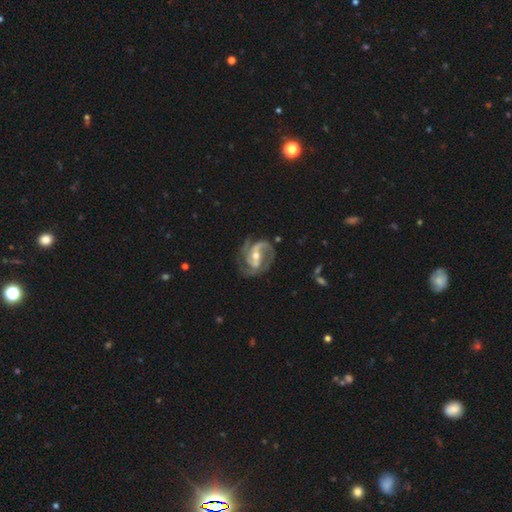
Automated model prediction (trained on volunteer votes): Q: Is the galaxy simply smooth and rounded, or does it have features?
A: featured or disk — 91%.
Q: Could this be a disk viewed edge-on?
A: no — 98%.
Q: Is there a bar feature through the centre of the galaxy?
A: weak — 42%.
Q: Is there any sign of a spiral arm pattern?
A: yes — 97%.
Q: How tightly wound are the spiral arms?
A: medium — 53%.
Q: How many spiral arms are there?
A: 2 — 53%.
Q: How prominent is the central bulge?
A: moderate — 61%.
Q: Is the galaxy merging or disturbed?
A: none — 64%.